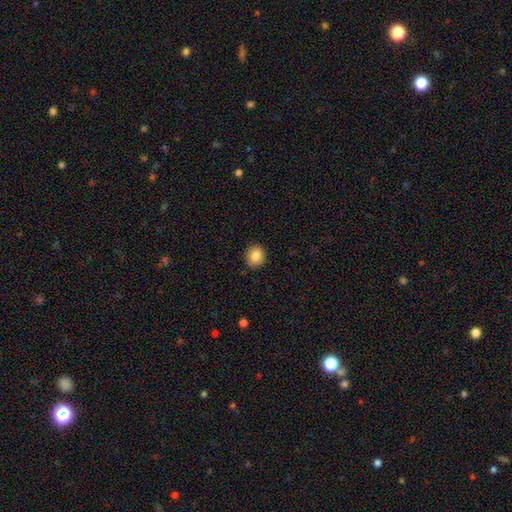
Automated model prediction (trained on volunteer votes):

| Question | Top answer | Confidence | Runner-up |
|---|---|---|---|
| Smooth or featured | smooth | 86% | star or artifact (9%) |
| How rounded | round | 76% | in between (23%) |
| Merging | none | 88% | minor disturbance (9%) |